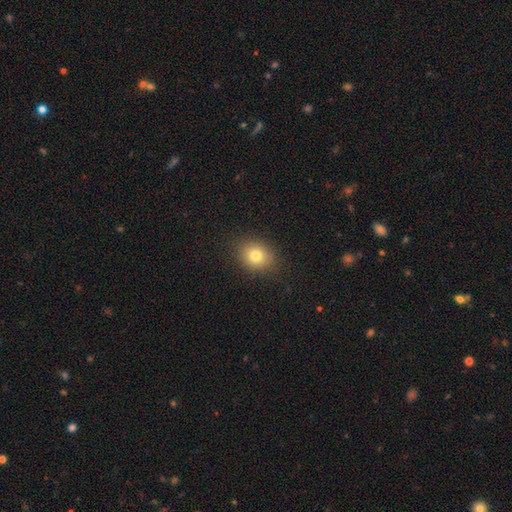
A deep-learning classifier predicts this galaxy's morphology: Smooth or featured: smooth — 79% (star or artifact — 12%)
How rounded: round — 55% (in between — 44%)
Merging: none — 87% (minor disturbance — 9%)